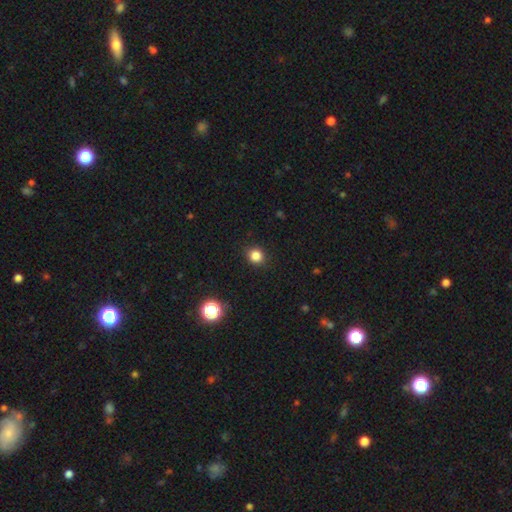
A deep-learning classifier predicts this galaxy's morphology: Smooth or featured? smooth (83%)
How rounded? round (86%)
Merging? none (90%)